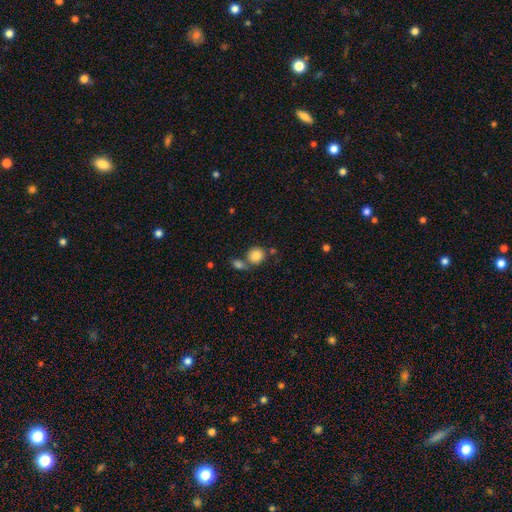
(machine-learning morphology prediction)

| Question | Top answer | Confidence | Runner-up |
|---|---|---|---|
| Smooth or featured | smooth | 85% | star or artifact (9%) |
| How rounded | round | 86% | in between (13%) |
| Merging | none | 57% | merger (30%) |